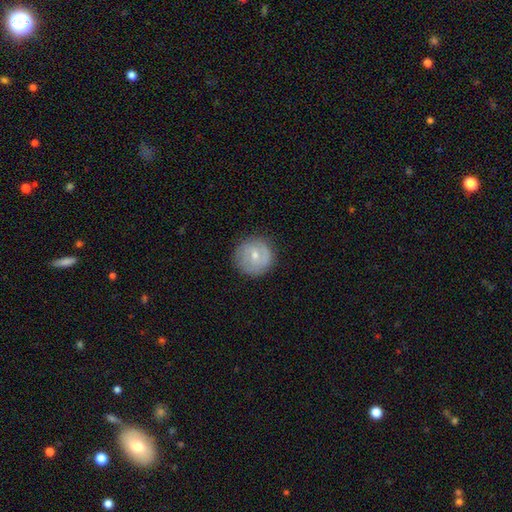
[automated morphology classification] Overall: featured or disk (52%; smooth 41%). Edge-on disk: no (97%). Bar: no (50%; weak 43%). Spiral arms: yes (80%). Bulge size: small (52%; moderate 44%). Merging: none (85%).